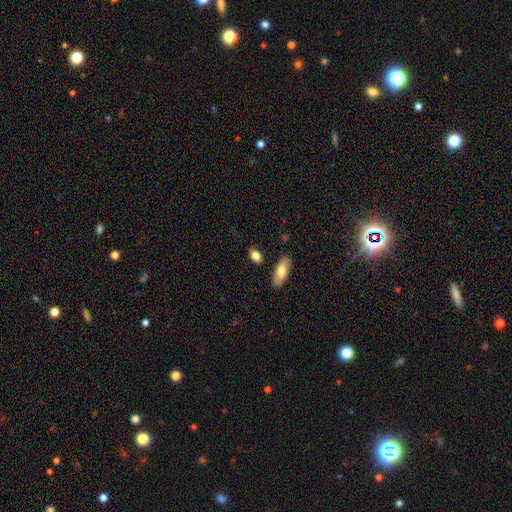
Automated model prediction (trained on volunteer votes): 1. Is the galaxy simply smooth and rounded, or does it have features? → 81% smooth, 11% featured or disk, 8% star or artifact.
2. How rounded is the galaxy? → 82% in between, 11% round, 7% cigar-shaped.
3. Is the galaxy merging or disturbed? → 81% none, 12% minor disturbance, 5% merger, 3% major disturbance.